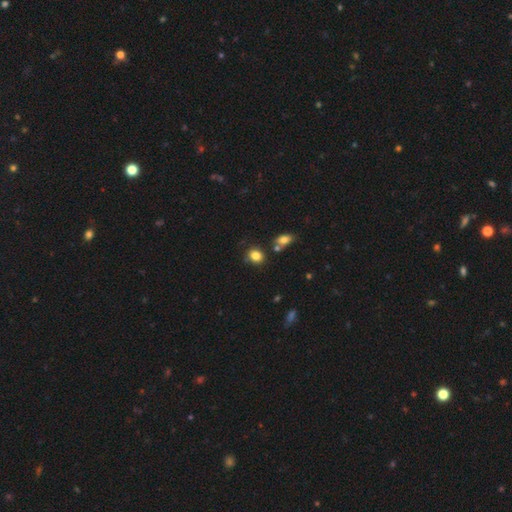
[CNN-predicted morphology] Q: Smooth or featured?
A: smooth (83%); runner-up: star or artifact (11%)
Q: How rounded?
A: round (64%); runner-up: in between (35%)
Q: Merging?
A: none (74%); runner-up: minor disturbance (13%)